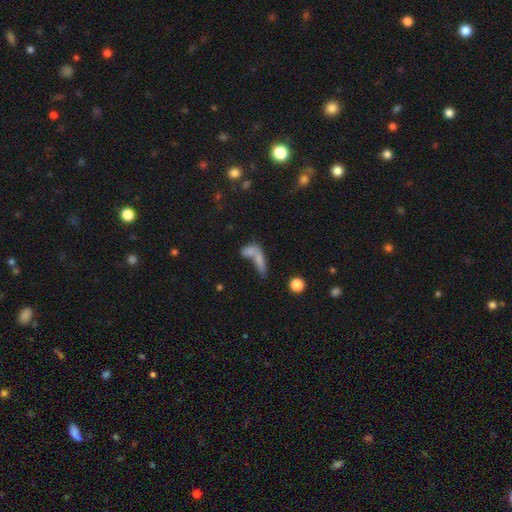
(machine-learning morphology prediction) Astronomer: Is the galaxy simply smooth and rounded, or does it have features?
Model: smooth — 67%.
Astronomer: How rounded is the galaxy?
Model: in between — 45% (runner-up: cigar-shaped, 44%).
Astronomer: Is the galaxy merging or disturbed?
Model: merger — 50% (runner-up: none, 31%).